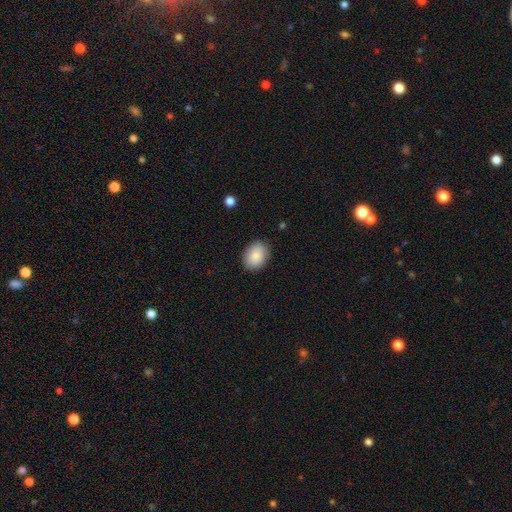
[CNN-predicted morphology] Smooth or featured? smooth (88%)
How rounded? in between (76%)
Merging? none (87%)